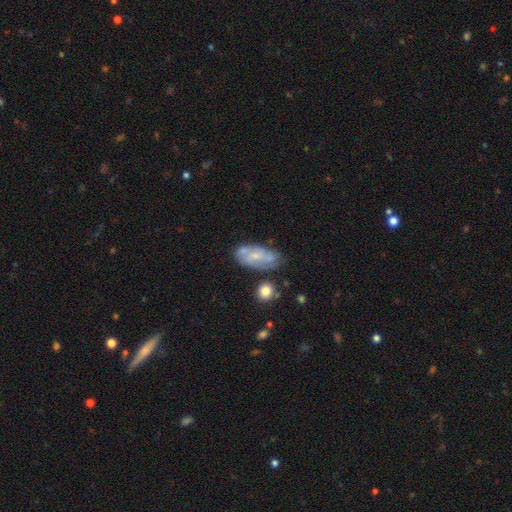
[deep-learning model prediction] This is possibly a featured or disk galaxy (56%). It is clearly not viewed edge-on (93%). Bar: likely no (70%). Spiral arm pattern: likely yes (63%). Central bulge: likely small (68%). Merging: possibly none (55%).